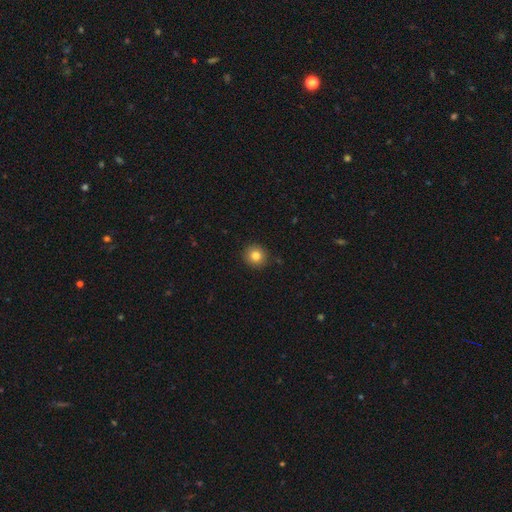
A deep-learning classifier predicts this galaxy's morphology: A smooth galaxy with no disk features (82%) that is round (92%).

Vote fractions:
- Smooth or featured? smooth: 82% / star or artifact: 11% / featured or disk: 7%
- How rounded? round: 92% / in between: 7% / cigar-shaped: 1%
- Merging? none: 90% / minor disturbance: 7% / major disturbance: 2% / merger: 1%